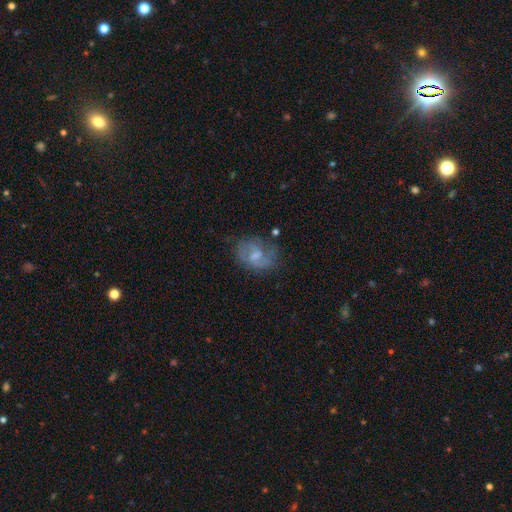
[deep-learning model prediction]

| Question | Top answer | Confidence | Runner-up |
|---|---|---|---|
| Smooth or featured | featured or disk | 61% | smooth (30%) |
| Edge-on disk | no | 97% | yes (3%) |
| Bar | weak | 52% | no (38%) |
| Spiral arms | yes | 78% | no (22%) |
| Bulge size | small | 34% | tied: moderate (34%) |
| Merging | none | 54% | minor disturbance (25%) |